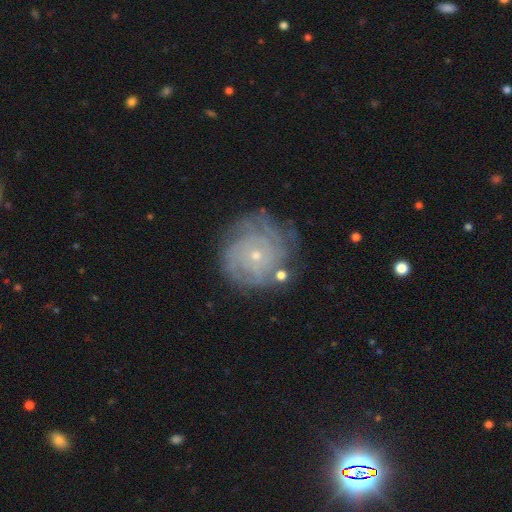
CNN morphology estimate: A featured or disk galaxy (76%) with no bar (84%), tight (79%) spiral arms (89%) and a small central bulge (81%).

Vote fractions:
- Smooth or featured? featured or disk: 76% / smooth: 15% / star or artifact: 9%
- Edge-on disk? no: 97% / yes: 3%
- Bar? no: 84% / weak: 14% / strong: 3%
- Spiral arms? yes: 89% / no: 11%
- Spiral winding? tight: 79% / medium: 16% / loose: 5%
- Spiral arm count? can't tell: 44% / 4: 17% / more than 4: 12% / 3: 12% / 2: 9% / 1: 6%
- Bulge size? small: 81% / moderate: 16% / none: 1% / large: 1% / dominant: 1%
- Merging? none: 73% / minor disturbance: 17% / major disturbance: 7% / merger: 3%